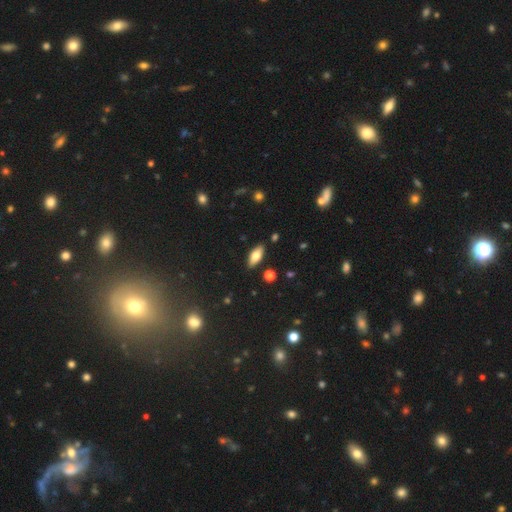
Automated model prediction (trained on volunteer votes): Q: Smooth or featured?
A: smooth (68%); runner-up: featured or disk (24%)
Q: How rounded?
A: in between (80%); runner-up: cigar-shaped (18%)
Q: Merging?
A: none (87%); runner-up: minor disturbance (9%)